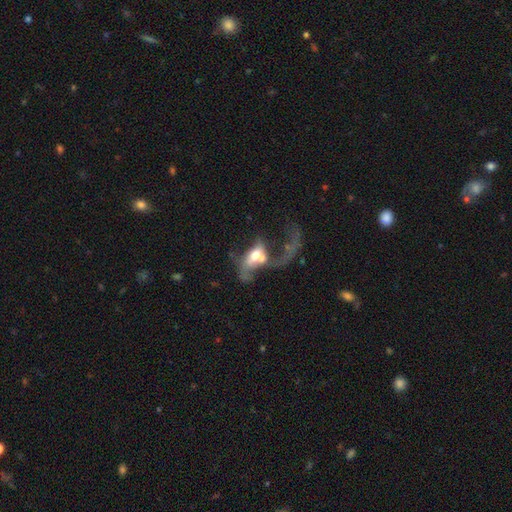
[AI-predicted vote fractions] This appears to be a featured or disk galaxy (54%). Merging: merger (49%).